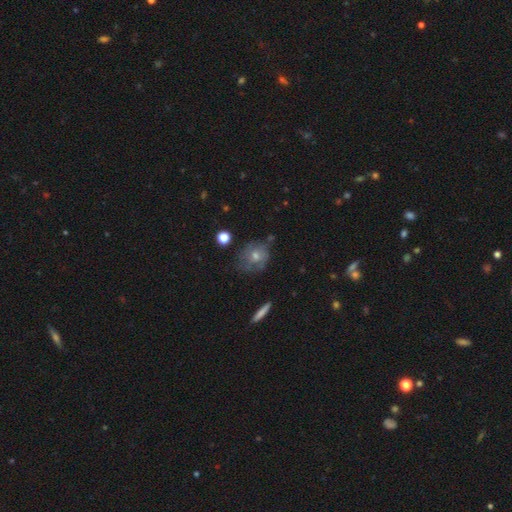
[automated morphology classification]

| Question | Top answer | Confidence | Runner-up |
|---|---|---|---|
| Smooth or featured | featured or disk | 44% | smooth (41%) |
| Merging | none | 65% | minor disturbance (22%) |